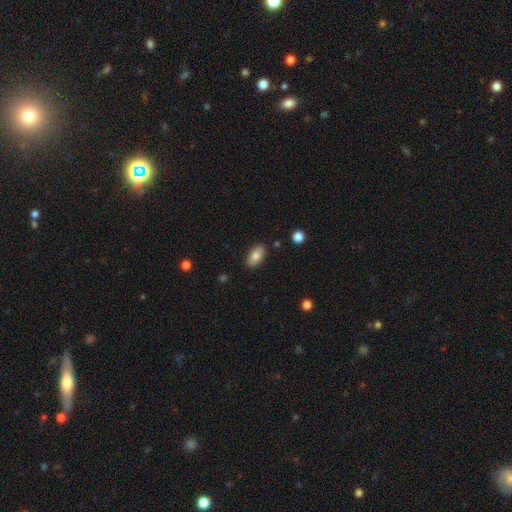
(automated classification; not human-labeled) Q: Smooth or featured?
A: smooth (81%); runner-up: featured or disk (12%)
Q: How rounded?
A: in between (91%); runner-up: cigar-shaped (5%)
Q: Merging?
A: none (88%); runner-up: minor disturbance (9%)